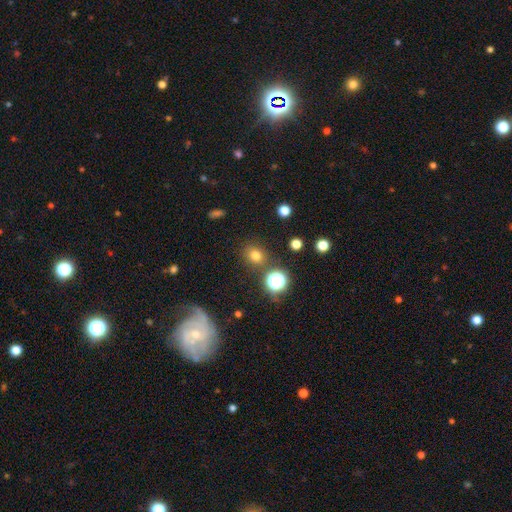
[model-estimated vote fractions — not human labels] smooth_or_featured: smooth (p=0.72) [alt: star or artifact p=0.20]
how_rounded: round (p=0.73) [alt: in between p=0.25]
merging: none (p=0.82) [alt: minor disturbance p=0.09]